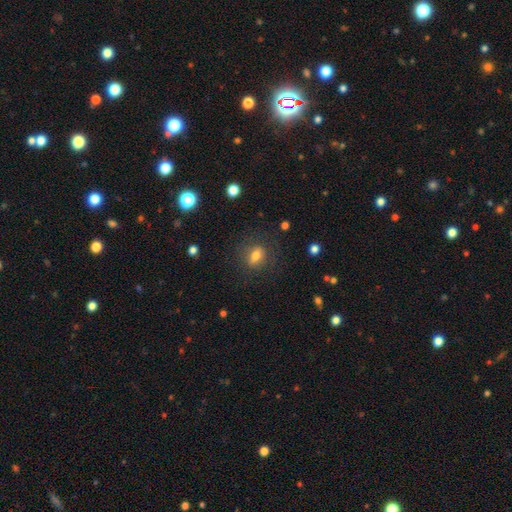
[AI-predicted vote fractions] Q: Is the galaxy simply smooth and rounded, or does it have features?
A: smooth — 71%.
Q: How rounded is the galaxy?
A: in between — 63%.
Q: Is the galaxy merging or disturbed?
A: none — 79%.